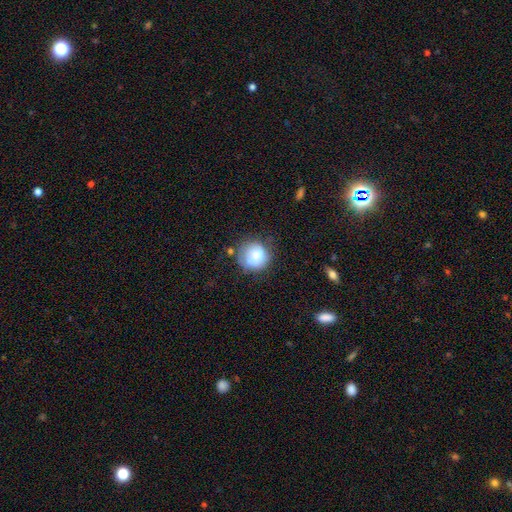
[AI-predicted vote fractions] A smooth galaxy with no disk features (65%) that is round (90%). Merging: none (58%).